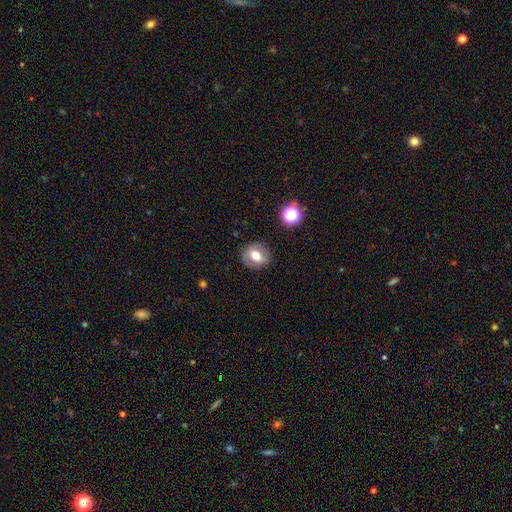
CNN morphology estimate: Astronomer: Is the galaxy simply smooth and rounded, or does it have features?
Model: smooth — 57% (runner-up: featured or disk, 33%).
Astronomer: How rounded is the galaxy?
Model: round — 71%.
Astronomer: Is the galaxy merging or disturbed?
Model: none — 85%.